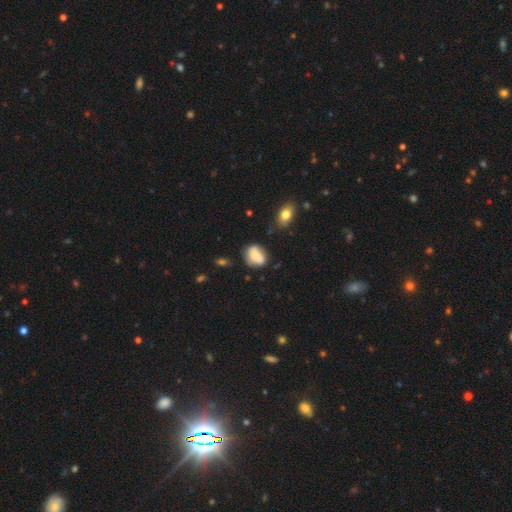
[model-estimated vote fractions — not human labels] A smooth galaxy with no disk features (65%) that is in between round and cigar-shaped (58%).

Vote fractions:
- Smooth or featured? smooth: 65% / featured or disk: 27% / star or artifact: 8%
- How rounded? in between: 58% / round: 41% / cigar-shaped: 1%
- Merging? none: 60% / minor disturbance: 26% / major disturbance: 7% / merger: 7%